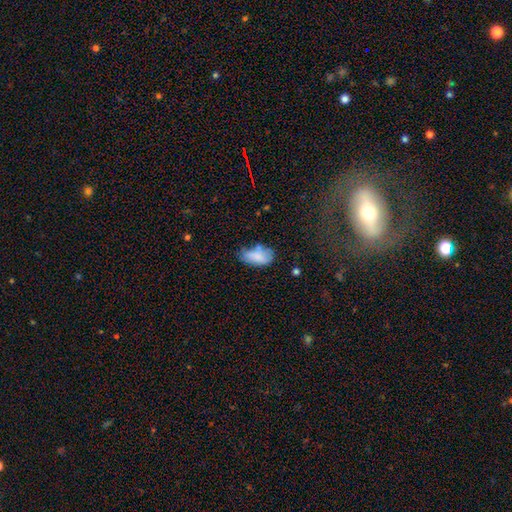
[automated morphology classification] The model was most divided on "merging": none: 43%, minor disturbance: 36%, major disturbance: 13%, merger: 7%. More confident: how rounded — in between (91%); smooth or featured — smooth (78%).